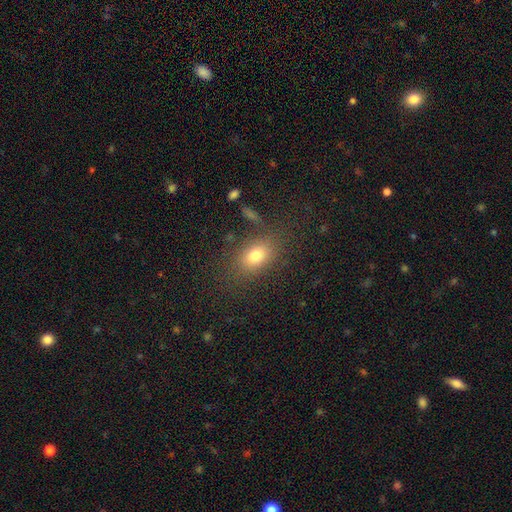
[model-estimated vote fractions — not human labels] Smooth or featured: smooth — 76% (star or artifact — 13%)
How rounded: in between — 76% (round — 22%)
Merging: none — 78% (minor disturbance — 13%)